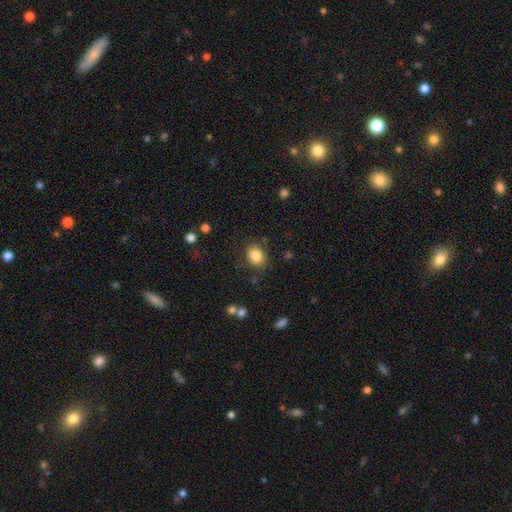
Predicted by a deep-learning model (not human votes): A smooth galaxy with no disk features (85%) that is round (51%). Merging: none (82%).